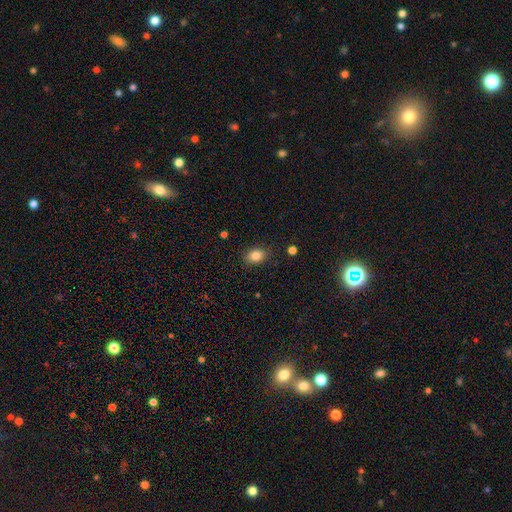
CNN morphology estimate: The model was most divided on "how rounded": in between: 71%, round: 28%, cigar-shaped: 1%. More confident: merging — none (85%); smooth or featured — smooth (84%).